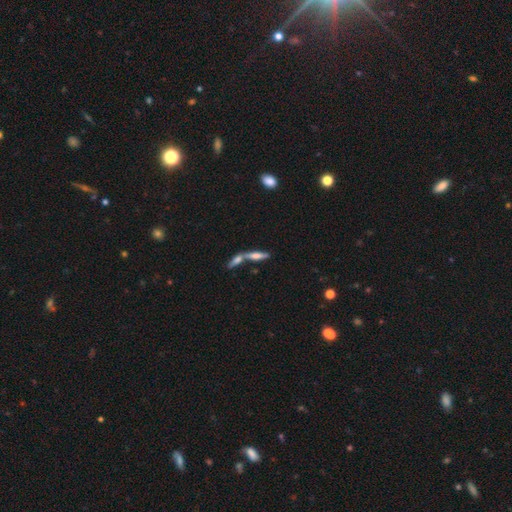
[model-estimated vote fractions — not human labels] This appears to be a smooth galaxy with no disk features (52%) that is cigar-shaped (69%). Merging: merger (52%).